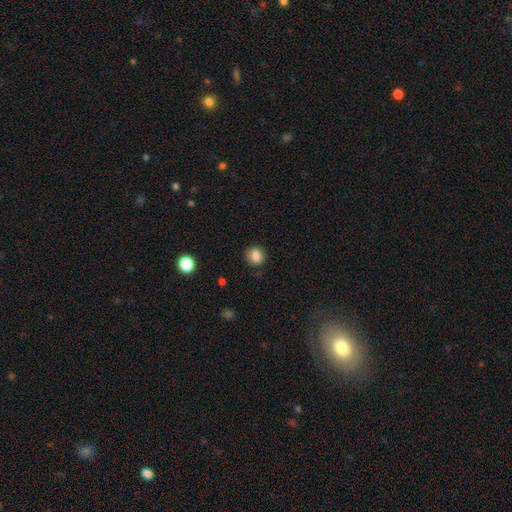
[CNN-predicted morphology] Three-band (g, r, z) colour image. It shows a smooth galaxy with no disk features (84%) that is round (66%). Merging: none (83%).